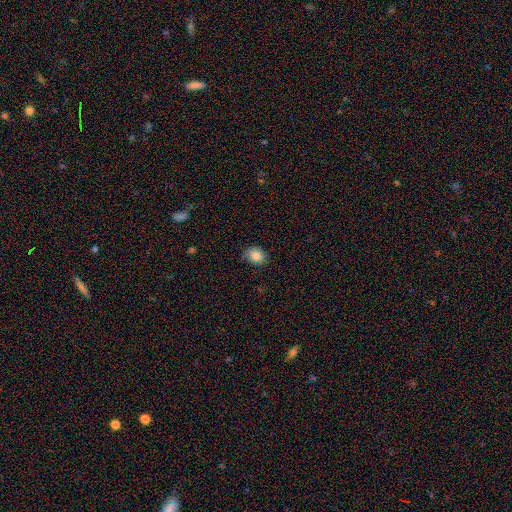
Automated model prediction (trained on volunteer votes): smooth_or_featured: smooth (p=0.83) [alt: star or artifact p=0.09]
how_rounded: round (p=0.60) [alt: in between p=0.39]
merging: none (p=0.72) [alt: minor disturbance p=0.22]